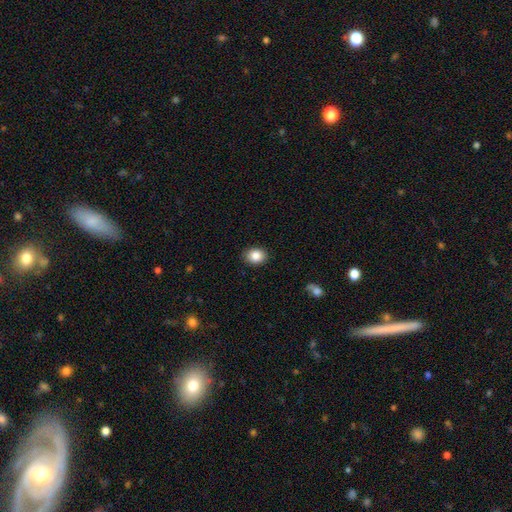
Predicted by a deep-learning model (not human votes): smooth-or-featured: smooth: 86% | star or artifact: 9% | featured or disk: 6%
  how-rounded: in between: 56% | round: 43% | cigar-shaped: 1%
  merging: none: 89% | minor disturbance: 8% | major disturbance: 2% | merger: 1%